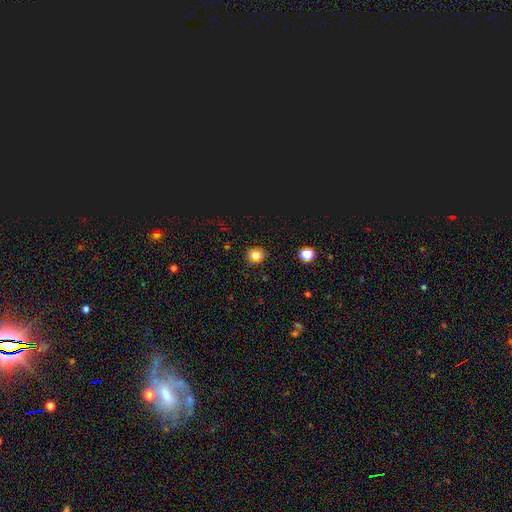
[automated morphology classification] type=smooth (79%); roundness=round (68%); merging=none (86%).